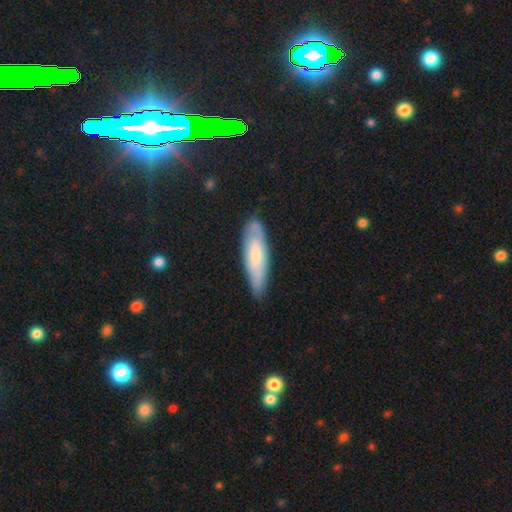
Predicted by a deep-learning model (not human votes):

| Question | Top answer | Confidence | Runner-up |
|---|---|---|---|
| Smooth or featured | smooth | 58% | featured or disk (36%) |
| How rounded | cigar-shaped | 59% | in between (40%) |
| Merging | none | 79% | minor disturbance (17%) |